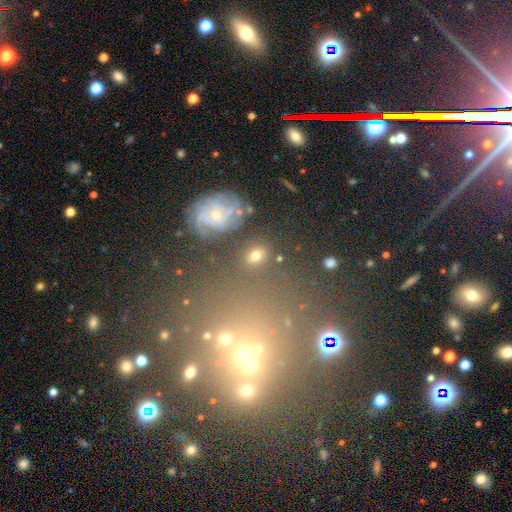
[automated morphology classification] This appears to be a smooth galaxy with no disk features (64%) that is in between round and cigar-shaped (62%). Merging: none (78%).